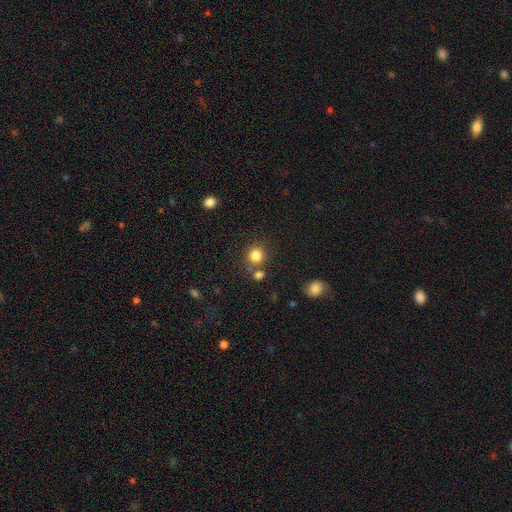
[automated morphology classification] Overall: smooth (83%). How rounded: round (90%). Merging: none (74%).